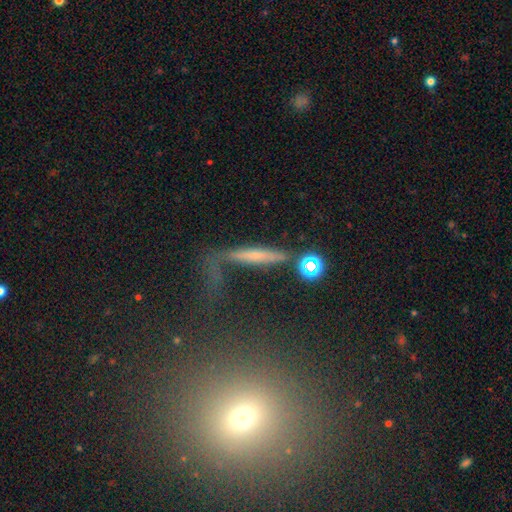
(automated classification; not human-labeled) Smooth or featured? smooth (48%)
Merging? none (49%)